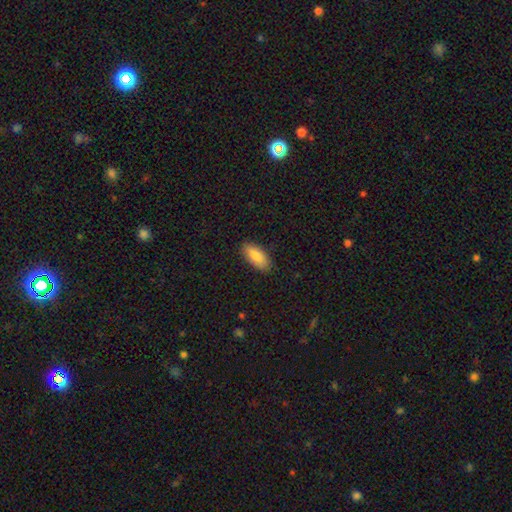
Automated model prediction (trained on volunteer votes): Morphology: type=smooth (85%); roundness=in between (88%); merging=none (87%).